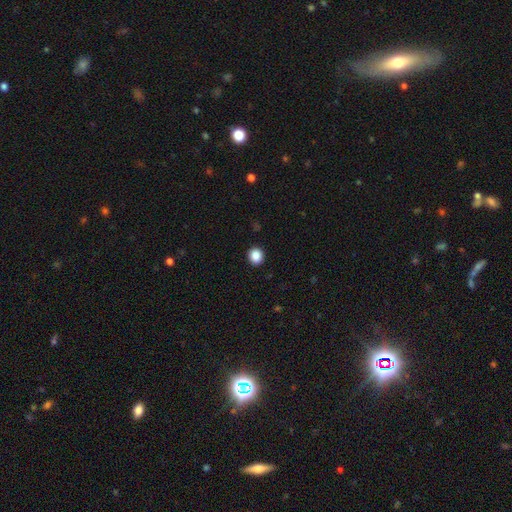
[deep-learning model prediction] Smooth or featured?
  - smooth: 87% *
  - star or artifact: 9%
  - featured or disk: 3%
How rounded?
  - round: 84% *
  - in between: 15%
  - cigar-shaped: 1%
Merging?
  - none: 93% *
  - minor disturbance: 5%
  - major disturbance: 2%
  - merger: 1%